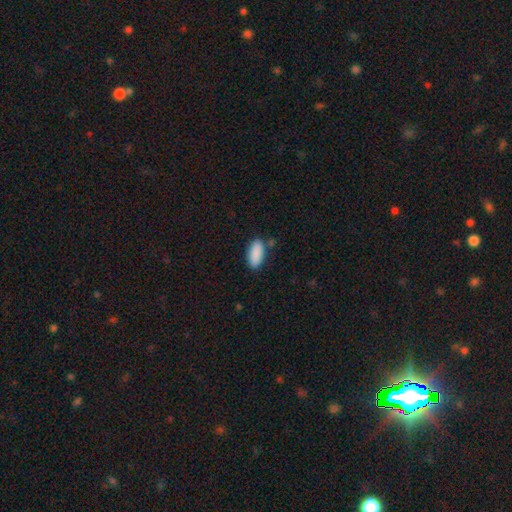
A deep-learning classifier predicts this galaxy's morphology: Q: Smooth or featured?
A: smooth (90%); runner-up: star or artifact (6%)
Q: How rounded?
A: in between (87%); runner-up: cigar-shaped (11%)
Q: Merging?
A: none (81%); runner-up: minor disturbance (12%)